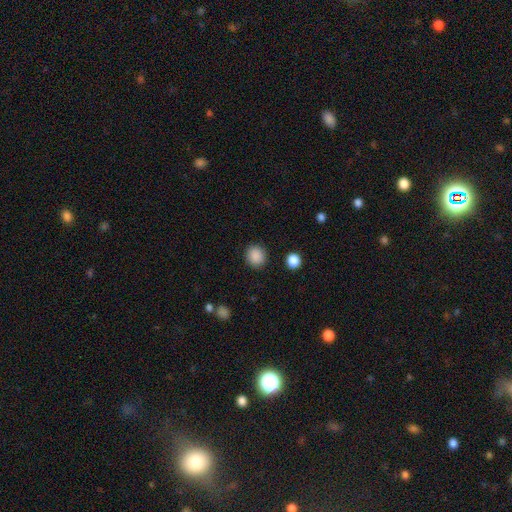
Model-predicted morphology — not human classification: smooth-or-featured: smooth: 88% | star or artifact: 9% | featured or disk: 3%
  how-rounded: round: 84% | in between: 15% | cigar-shaped: 1%
  merging: none: 90% | minor disturbance: 6% | major disturbance: 2% | merger: 1%